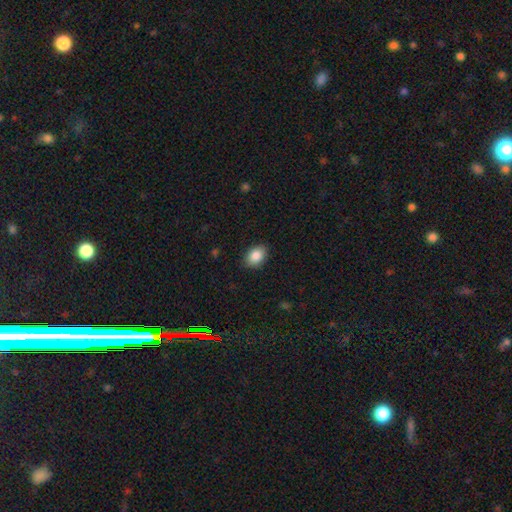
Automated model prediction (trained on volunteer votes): Q: Smooth or featured?
A: smooth (87%); runner-up: star or artifact (8%)
Q: How rounded?
A: in between (79%); runner-up: round (20%)
Q: Merging?
A: none (87%); runner-up: minor disturbance (10%)